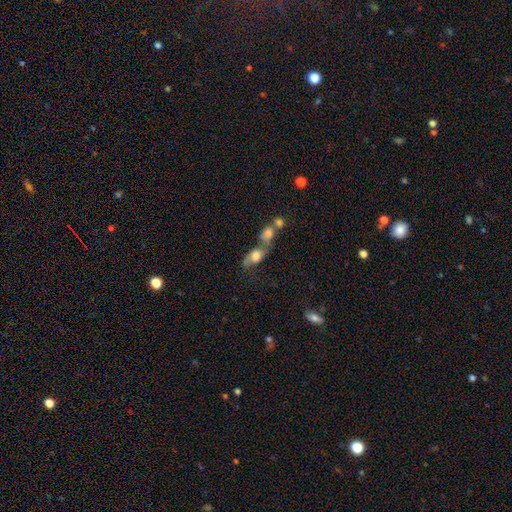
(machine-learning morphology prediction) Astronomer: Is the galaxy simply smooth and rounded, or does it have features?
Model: smooth — 50% (runner-up: featured or disk, 38%).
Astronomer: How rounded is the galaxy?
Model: in between — 64%.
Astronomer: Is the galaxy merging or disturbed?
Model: merger — 63%.